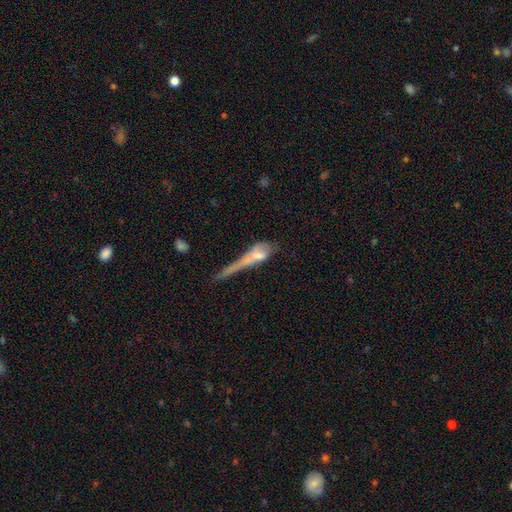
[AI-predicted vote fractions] Smooth or featured?
  - smooth: 50% *
  - featured or disk: 40%
  - star or artifact: 10%
How rounded?
  - cigar-shaped: 46% *
  - in between: 43%
  - round: 12%
Merging?
  - major disturbance: 39% *
  - merger: 24%
  - none: 19%
  - minor disturbance: 18%